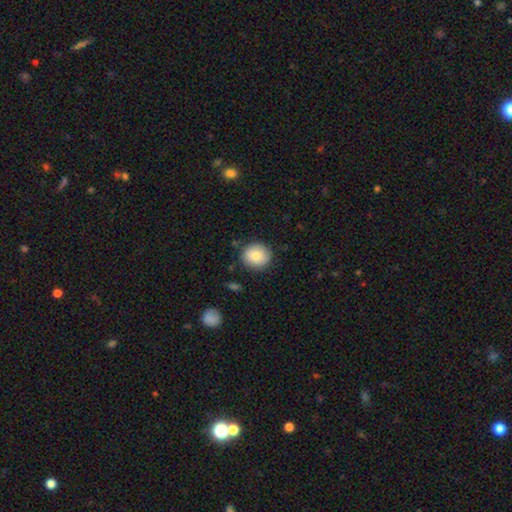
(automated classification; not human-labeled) This is clearly a smooth galaxy (82%). How rounded: clearly round (82%). Merging: clearly none (85%).